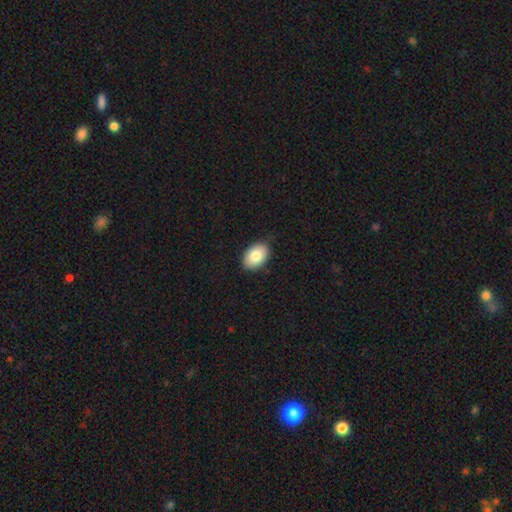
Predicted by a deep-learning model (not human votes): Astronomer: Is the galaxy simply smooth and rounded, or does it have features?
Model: smooth — 82%.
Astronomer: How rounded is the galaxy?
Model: in between — 87%.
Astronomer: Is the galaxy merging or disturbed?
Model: none — 82%.